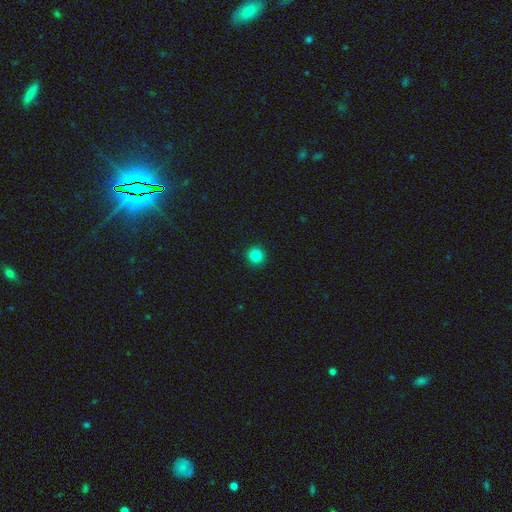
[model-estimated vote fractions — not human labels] Smooth or featured? smooth (83%)
How rounded? round (95%)
Merging? none (93%)